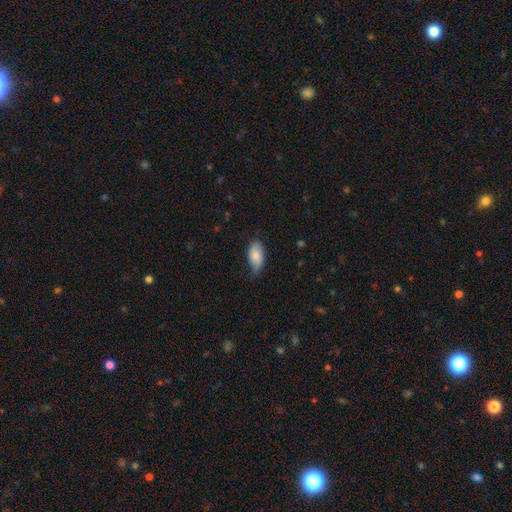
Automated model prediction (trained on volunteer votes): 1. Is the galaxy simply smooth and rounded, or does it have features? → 82% smooth, 12% featured or disk, 6% star or artifact.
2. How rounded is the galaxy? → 94% in between, 4% cigar-shaped, 3% round.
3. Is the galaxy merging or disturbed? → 65% none, 29% minor disturbance, 5% major disturbance, 1% merger.